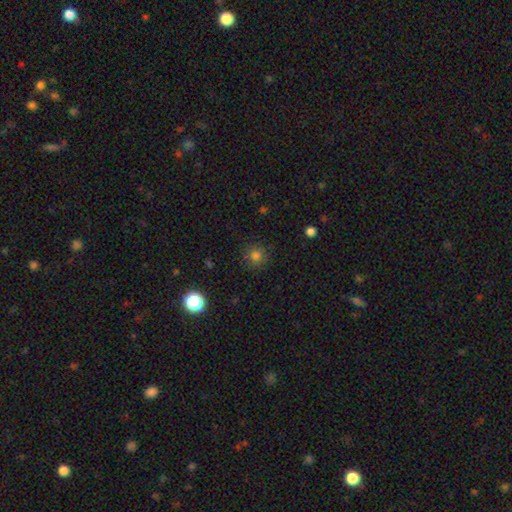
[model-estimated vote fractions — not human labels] This is likely a smooth galaxy (79%). How rounded: clearly round (91%). Merging: clearly none (84%).